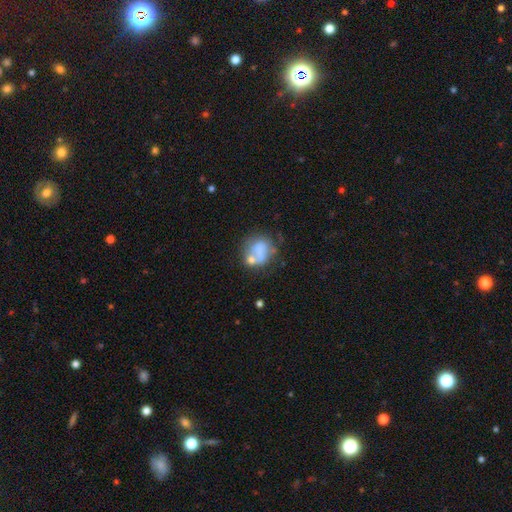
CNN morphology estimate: smooth_or_featured: smooth (p=0.54) [alt: featured or disk p=0.35]
how_rounded: round (p=0.55) [alt: in between p=0.44]
merging: none (p=0.35) [alt: merger p=0.28]